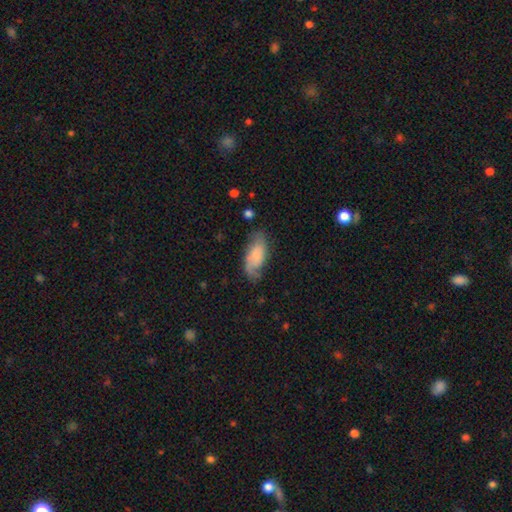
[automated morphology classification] A smooth galaxy with no disk features (48%). Merging: none (62%).